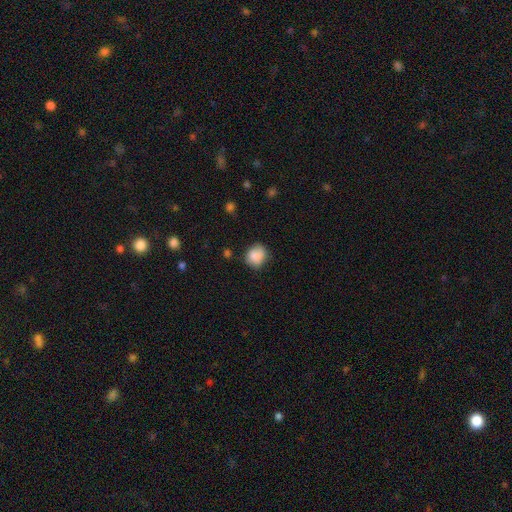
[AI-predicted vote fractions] A smooth galaxy with no disk features (85%) that is round (71%). Merging: none (69%).